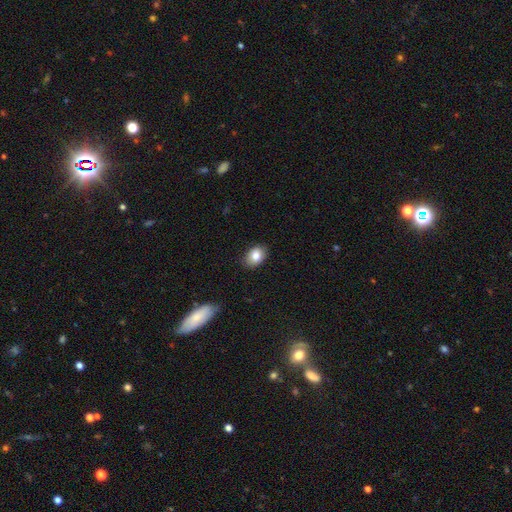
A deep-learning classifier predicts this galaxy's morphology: type=smooth (82%); roundness=in between (75%); merging=none (84%).